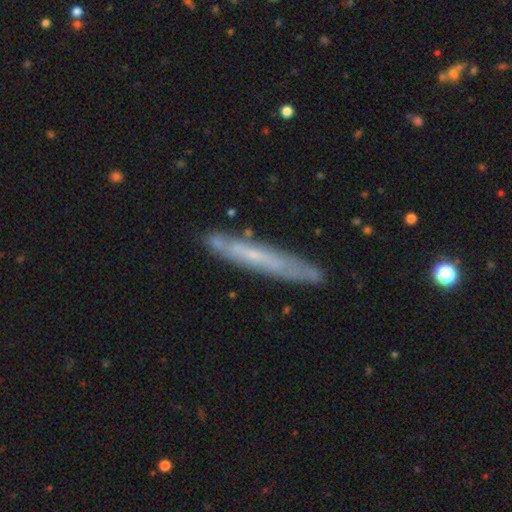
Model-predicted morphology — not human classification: Q: Smooth or featured?
A: featured or disk (57%); runner-up: smooth (36%)
Q: Edge-on disk?
A: yes (76%); runner-up: no (24%)
Q: Merging?
A: none (82%); runner-up: minor disturbance (13%)